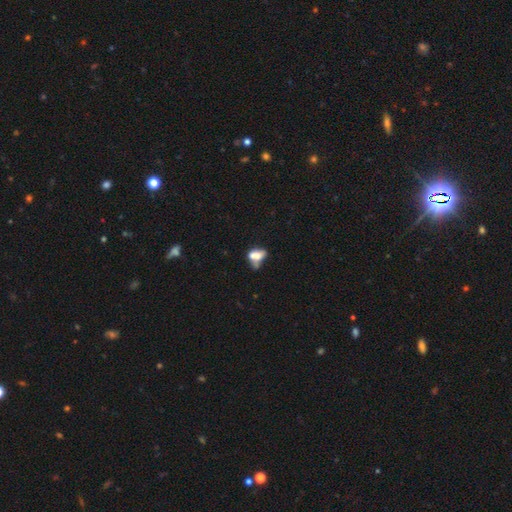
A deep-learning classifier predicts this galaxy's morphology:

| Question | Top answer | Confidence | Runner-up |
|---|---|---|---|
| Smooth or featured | smooth | 68% | featured or disk (21%) |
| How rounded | in between | 84% | round (12%) |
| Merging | merger | 36% | none (25%) |